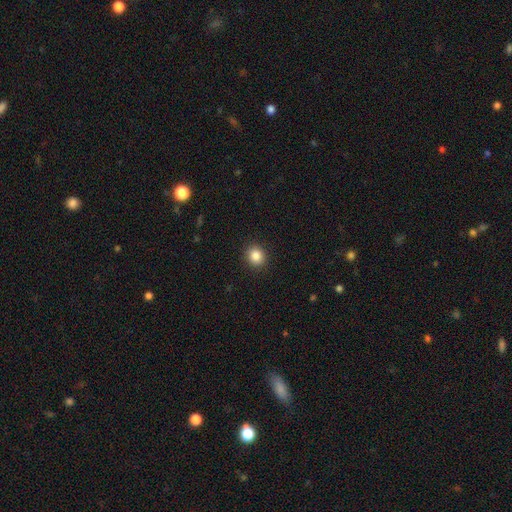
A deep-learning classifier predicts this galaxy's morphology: This appears to be a smooth galaxy with no disk features (86%) that is round (83%). Merging: none (91%).